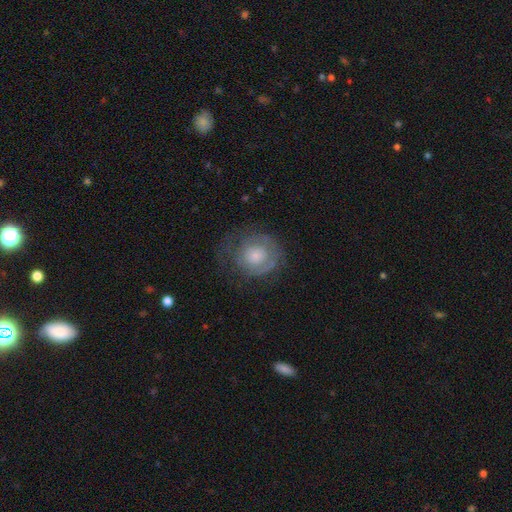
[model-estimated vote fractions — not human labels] A featured or disk galaxy (49%).

Vote fractions:
- Smooth or featured? featured or disk: 49% / smooth: 43% / star or artifact: 9%
- Merging? none: 63% / minor disturbance: 21% / major disturbance: 15% / merger: 1%